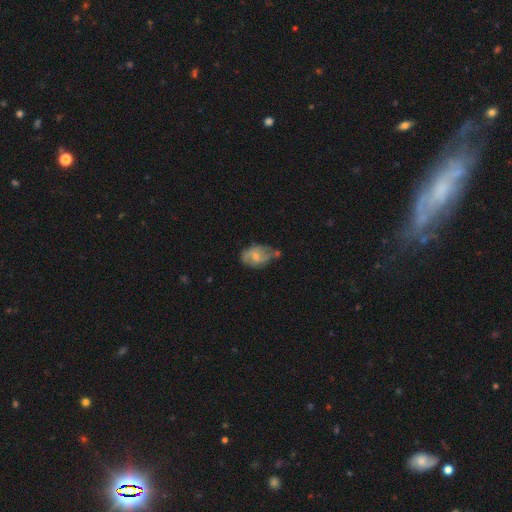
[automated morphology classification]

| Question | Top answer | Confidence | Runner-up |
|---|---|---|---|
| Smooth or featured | featured or disk | 51% | smooth (42%) |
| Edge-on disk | no | 96% | yes (4%) |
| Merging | none | 45% | minor disturbance (32%) |